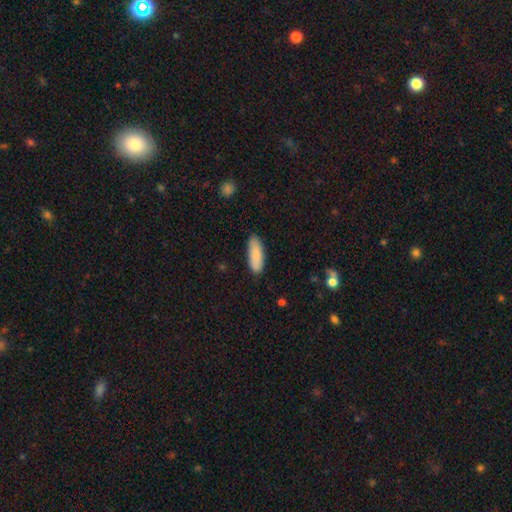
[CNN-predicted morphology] smooth 87%, featured or disk 7%, star or artifact 6%. Down the decision tree: how rounded — in between (63%); merging — none (84%).